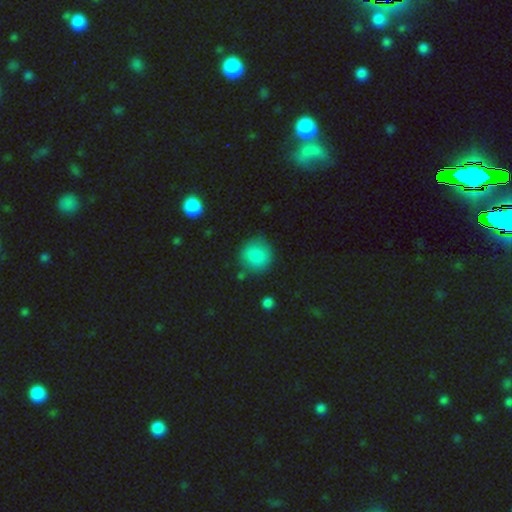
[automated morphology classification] The model was most divided on "merging": none: 76%, minor disturbance: 16%, major disturbance: 5%, merger: 3%. More confident: how rounded — round (89%); smooth or featured — smooth (85%).